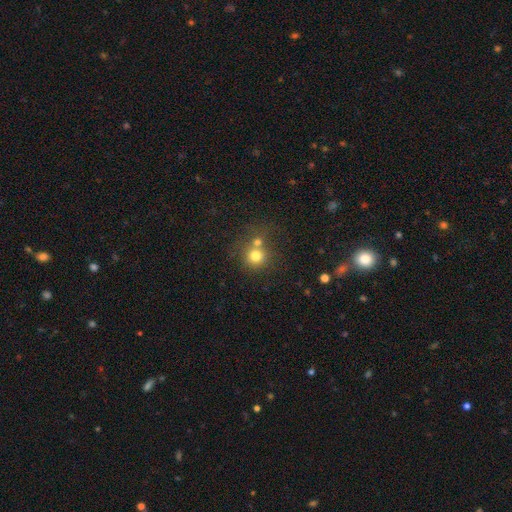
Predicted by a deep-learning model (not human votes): Morphology: type=smooth (75%); roundness=round (90%); merging=none (50%).